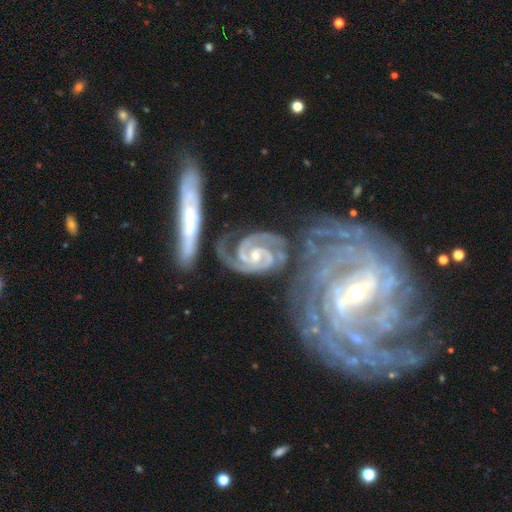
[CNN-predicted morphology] A featured or disk galaxy (93%) with no bar (49%), 2 (75%) tight (54%) spiral arms (98%) and a small central bulge (52%).

Vote fractions:
- Smooth or featured? featured or disk: 93% / star or artifact: 4% / smooth: 3%
- Edge-on disk? no: 97% / yes: 3%
- Bar? no: 49% / weak: 36% / strong: 15%
- Spiral arms? yes: 98% / no: 2%
- Spiral winding? tight: 54% / medium: 40% / loose: 6%
- Spiral arm count? 2: 75% / 3: 11% / can't tell: 5% / 4: 3% / 1: 3% / more than 4: 3%
- Bulge size? small: 52% / moderate: 42% / none: 2% / large: 2% / dominant: 1%
- Merging? none: 55% / minor disturbance: 19% / merger: 15% / major disturbance: 10%